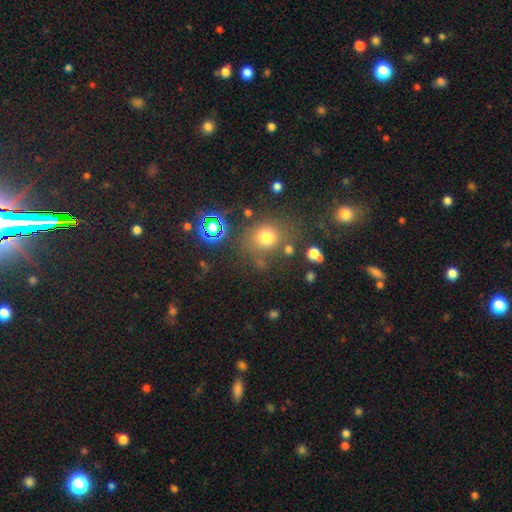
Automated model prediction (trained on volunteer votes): This appears to be a smooth galaxy with no disk features (55%) that is round (81%). Merging: none (77%).